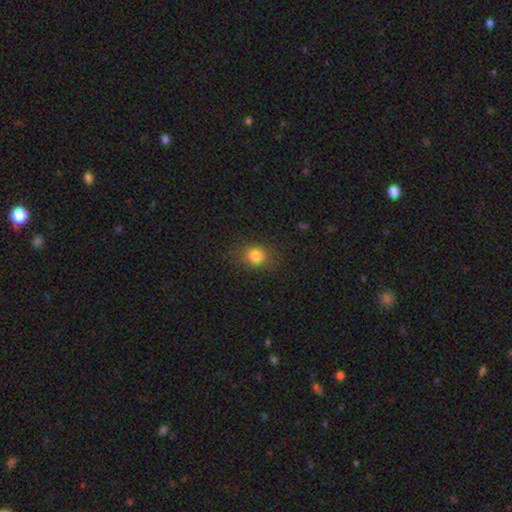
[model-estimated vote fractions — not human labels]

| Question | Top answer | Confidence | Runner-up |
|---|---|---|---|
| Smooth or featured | smooth | 81% | star or artifact (13%) |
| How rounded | round | 68% | in between (31%) |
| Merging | none | 82% | minor disturbance (12%) |